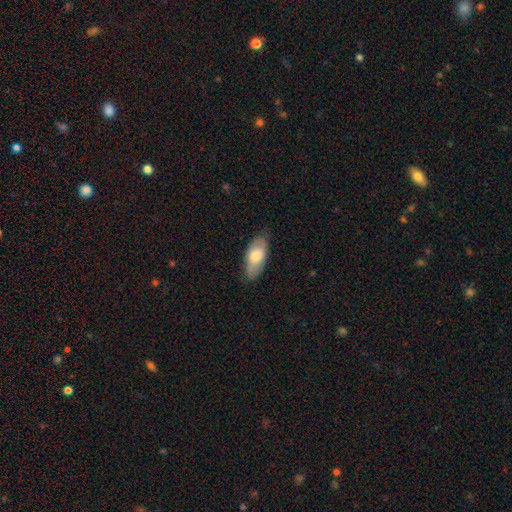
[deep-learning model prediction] smooth 70%, featured or disk 24%, star or artifact 6%. Down the decision tree: how rounded — in between (88%); merging — none (76%).